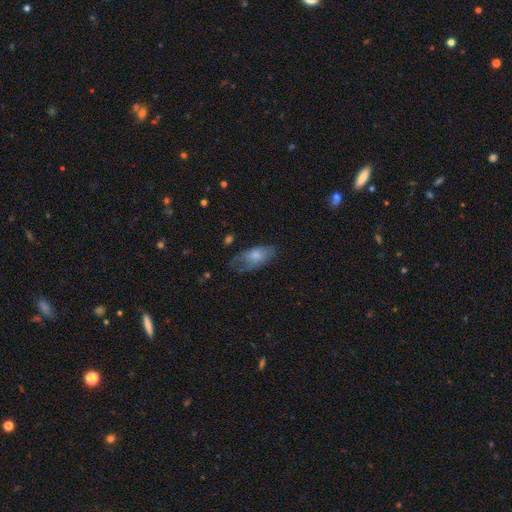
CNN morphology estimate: This appears to be a smooth galaxy with no disk features (72%) that is in between round and cigar-shaped (91%). Merging: none (44%).